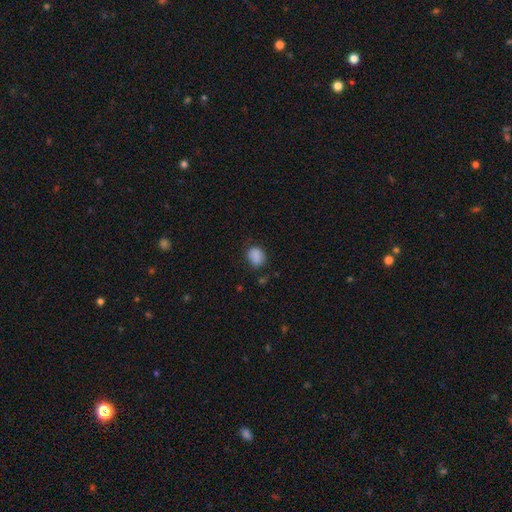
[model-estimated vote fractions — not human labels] This is clearly a smooth galaxy (86%). How rounded: possibly round (52%). Merging: likely none (74%).